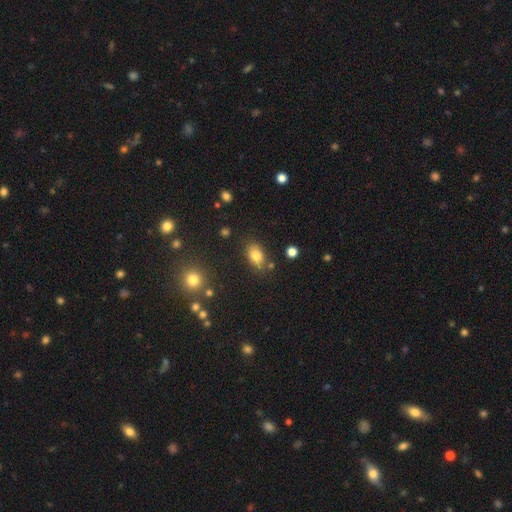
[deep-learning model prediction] Morphology: type=smooth (81%); roundness=in between (85%); merging=none (78%).